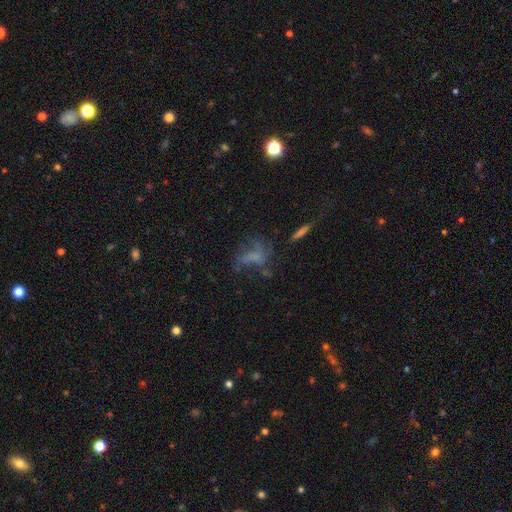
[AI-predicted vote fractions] Smooth or featured? smooth (43%)
Merging? none (39%)